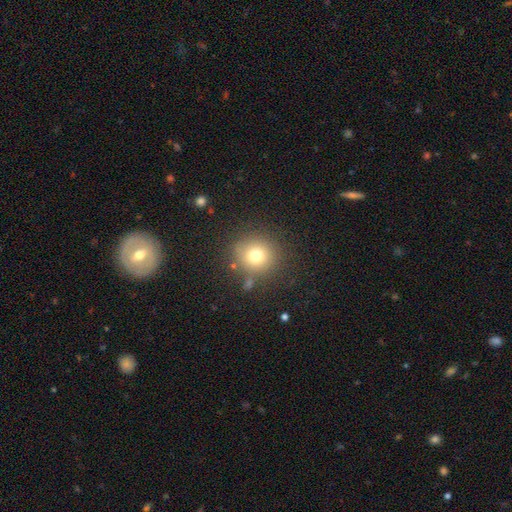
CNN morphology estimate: Smooth or featured? Predicted: smooth (p=0.75). How rounded? Predicted: round (p=0.90). Merging? Predicted: none (p=0.82).